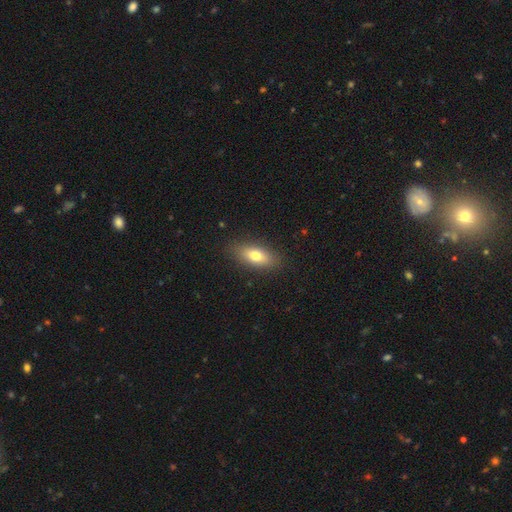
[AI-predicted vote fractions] Morphology: type=smooth (75%); roundness=in between (78%); merging=none (87%).